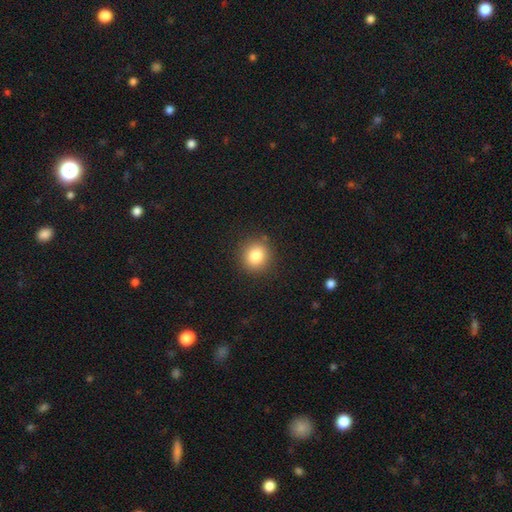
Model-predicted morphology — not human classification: This is clearly a smooth galaxy (83%). How rounded: clearly round (88%). Merging: clearly none (89%).